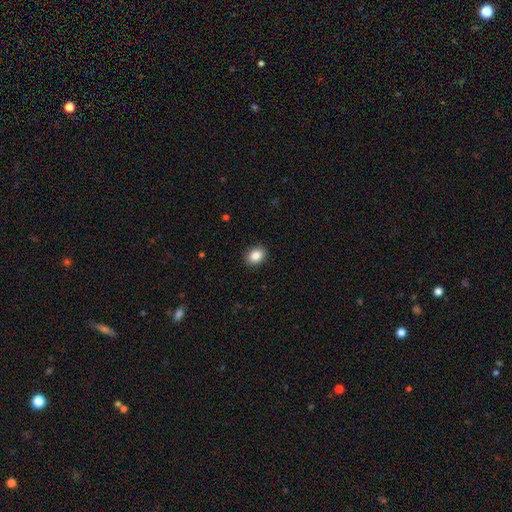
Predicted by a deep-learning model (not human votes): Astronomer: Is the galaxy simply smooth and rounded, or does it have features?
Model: smooth — 87%.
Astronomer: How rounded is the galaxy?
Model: in between — 65%.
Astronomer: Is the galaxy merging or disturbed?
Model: none — 90%.